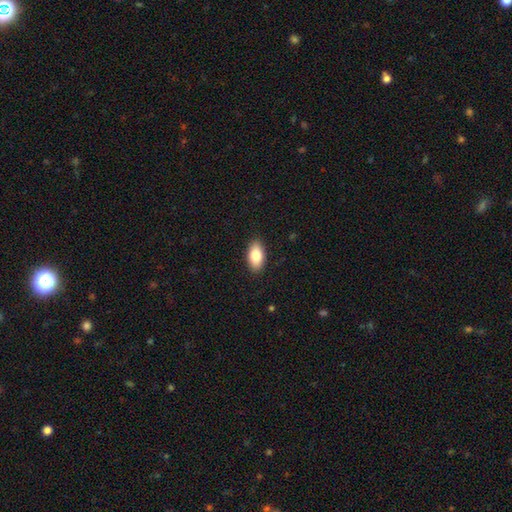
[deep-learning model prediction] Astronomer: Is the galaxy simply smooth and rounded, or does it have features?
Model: smooth — 81%.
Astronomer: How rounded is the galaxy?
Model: in between — 93%.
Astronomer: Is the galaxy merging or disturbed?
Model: none — 89%.